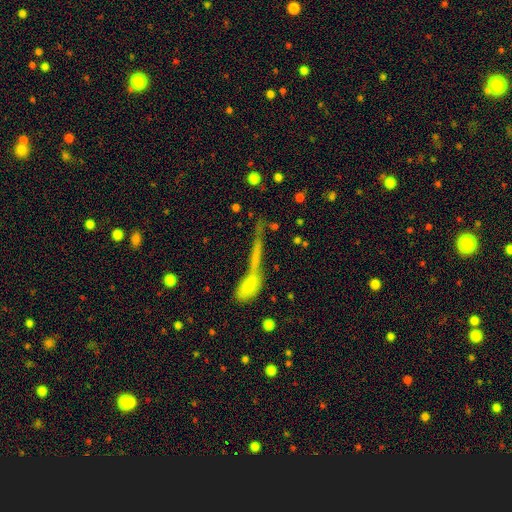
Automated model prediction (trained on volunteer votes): A smooth galaxy with no disk features (53%) that is cigar-shaped (73%).

Vote fractions:
- Smooth or featured? smooth: 53% / featured or disk: 32% / star or artifact: 15%
- How rounded? cigar-shaped: 73% / in between: 20% / round: 7%
- Merging? merger: 42% / none: 40% / minor disturbance: 11% / major disturbance: 8%